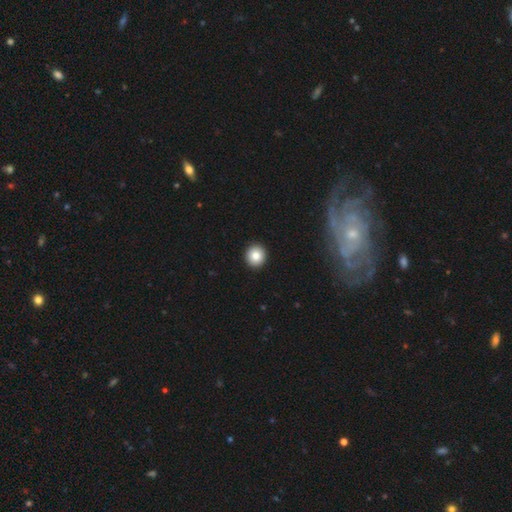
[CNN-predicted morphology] Smooth or featured: smooth — 85% (star or artifact — 9%)
How rounded: round — 93% (in between — 6%)
Merging: none — 94% (minor disturbance — 4%)